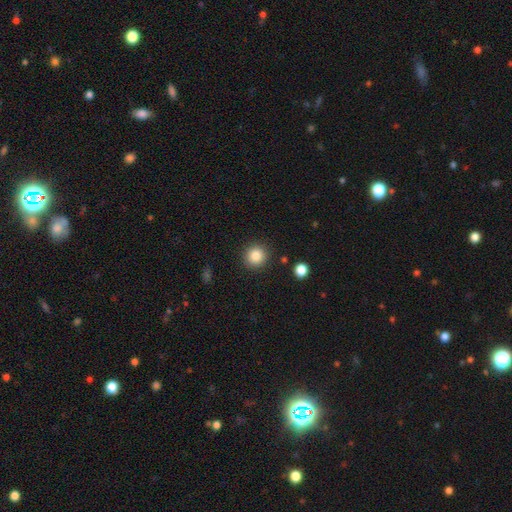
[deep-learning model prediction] Smooth or featured: smooth — 84% (star or artifact — 10%)
How rounded: round — 92% (in between — 7%)
Merging: none — 90% (minor disturbance — 6%)